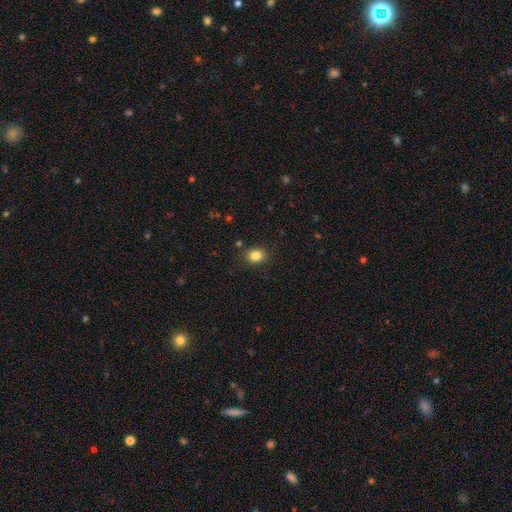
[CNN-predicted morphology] Overall: smooth (84%). How rounded: round (54%; in between 46%). Merging: none (86%).